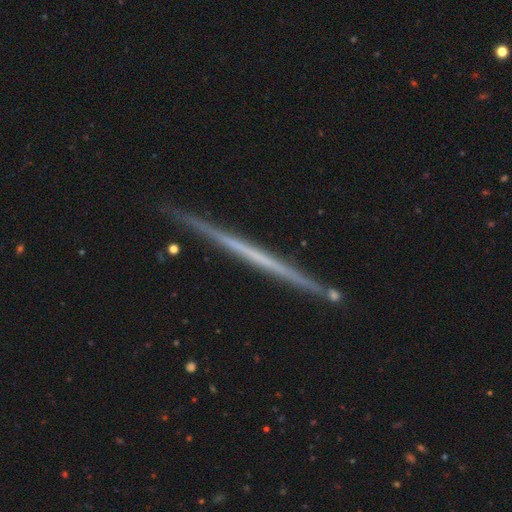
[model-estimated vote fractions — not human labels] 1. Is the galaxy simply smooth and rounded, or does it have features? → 70% featured or disk, 24% smooth, 6% star or artifact.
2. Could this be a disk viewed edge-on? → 98% yes, 2% no.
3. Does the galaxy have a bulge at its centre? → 93% none, 4% rounded, 3% boxy.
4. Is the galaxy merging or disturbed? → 90% none, 7% minor disturbance, 2% merger, 1% major disturbance.